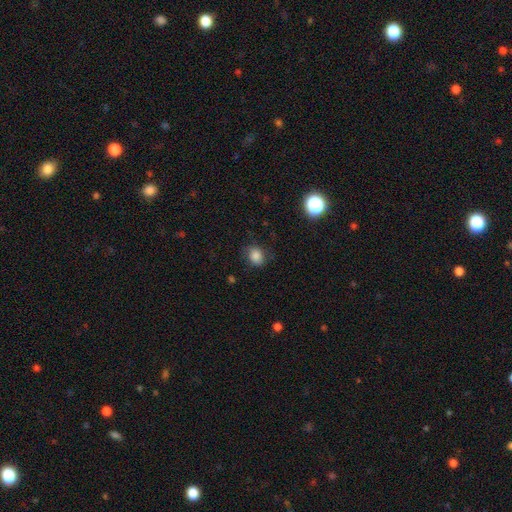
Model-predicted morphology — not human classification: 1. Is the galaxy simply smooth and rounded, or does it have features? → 83% smooth, 11% star or artifact, 6% featured or disk.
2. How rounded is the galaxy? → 55% round, 44% in between, 1% cigar-shaped.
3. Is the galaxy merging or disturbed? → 76% none, 18% minor disturbance, 5% major disturbance, 1% merger.